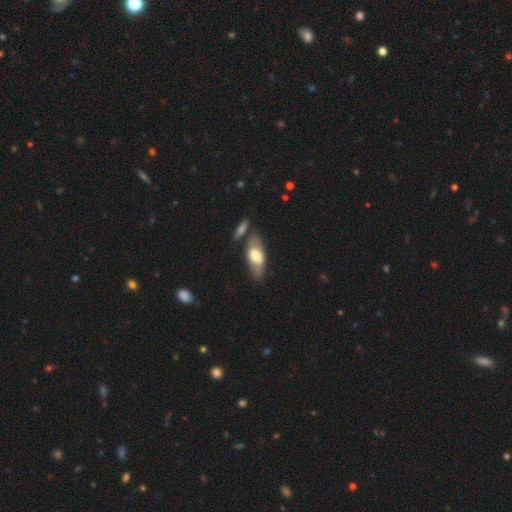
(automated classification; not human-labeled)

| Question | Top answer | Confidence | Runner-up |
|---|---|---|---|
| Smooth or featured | smooth | 63% | featured or disk (31%) |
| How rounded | in between | 82% | cigar-shaped (15%) |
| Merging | none | 72% | minor disturbance (15%) |